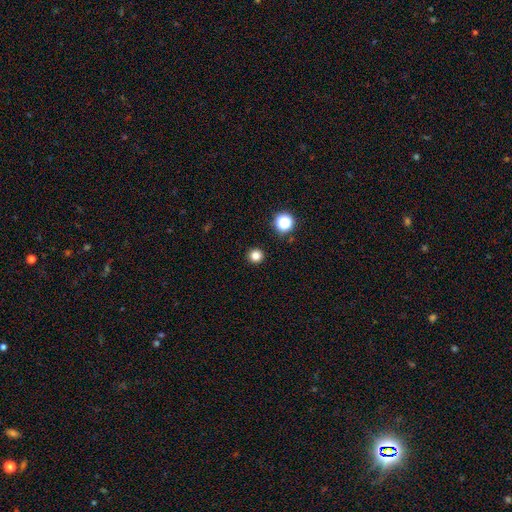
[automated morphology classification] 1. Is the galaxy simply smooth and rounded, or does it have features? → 82% smooth, 14% star or artifact, 4% featured or disk.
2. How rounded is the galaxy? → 96% round, 3% in between, 1% cigar-shaped.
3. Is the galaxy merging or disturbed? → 93% none, 4% minor disturbance, 2% major disturbance, 1% merger.